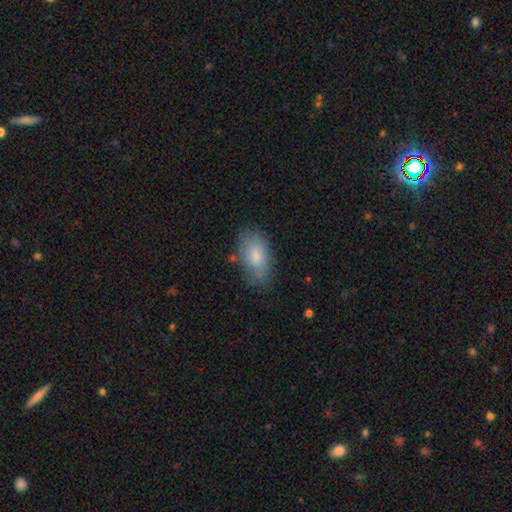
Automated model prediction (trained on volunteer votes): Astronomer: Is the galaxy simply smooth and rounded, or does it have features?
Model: smooth — 77%.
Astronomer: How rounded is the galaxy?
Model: in between — 93%.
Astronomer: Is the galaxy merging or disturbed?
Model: none — 73%.